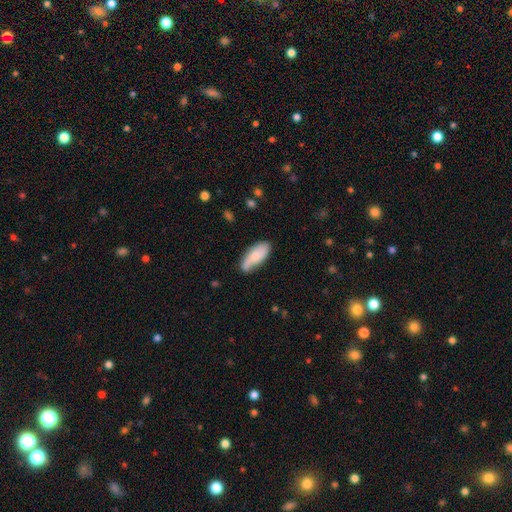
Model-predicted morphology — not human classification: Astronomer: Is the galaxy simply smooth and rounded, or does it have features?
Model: smooth — 75%.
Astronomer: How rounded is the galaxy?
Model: in between — 79%.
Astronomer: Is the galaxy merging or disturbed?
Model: none — 62%.